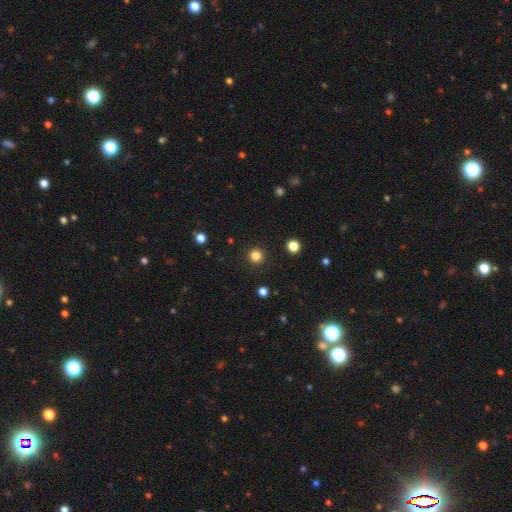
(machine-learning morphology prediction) A smooth galaxy with no disk features (84%) that is round (96%).

Vote fractions:
- Smooth or featured? smooth: 84% / star or artifact: 13% / featured or disk: 3%
- How rounded? round: 96% / in between: 3% / cigar-shaped: 1%
- Merging? none: 92% / minor disturbance: 5% / major disturbance: 2% / merger: 1%